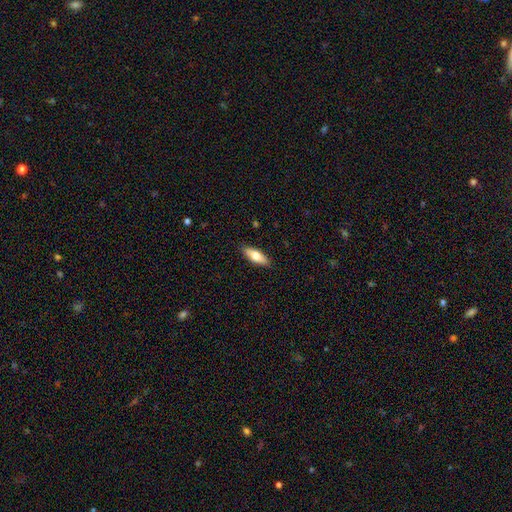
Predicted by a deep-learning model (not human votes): Smooth or featured? smooth (72%)
How rounded? in between (65%)
Merging? none (89%)